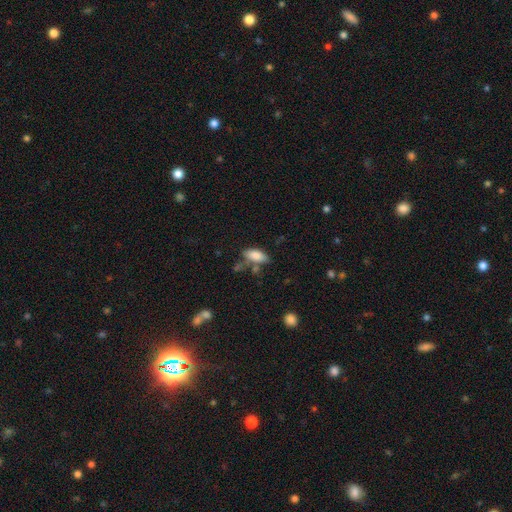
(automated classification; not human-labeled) smooth 82%, featured or disk 10%, star or artifact 8%. Down the decision tree: how rounded — in between (86%); merging — none (51%).